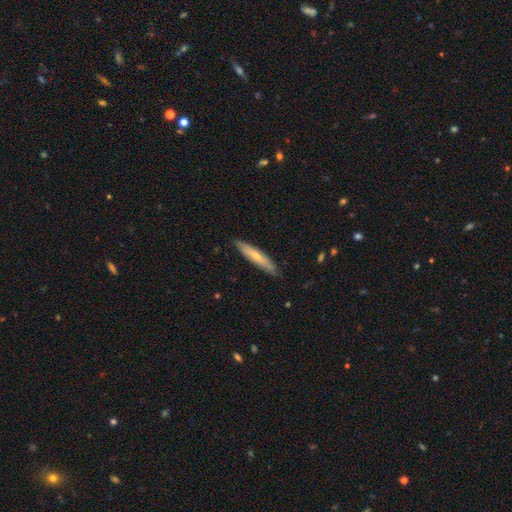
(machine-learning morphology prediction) Smooth or featured? smooth (48%)
Merging? none (87%)